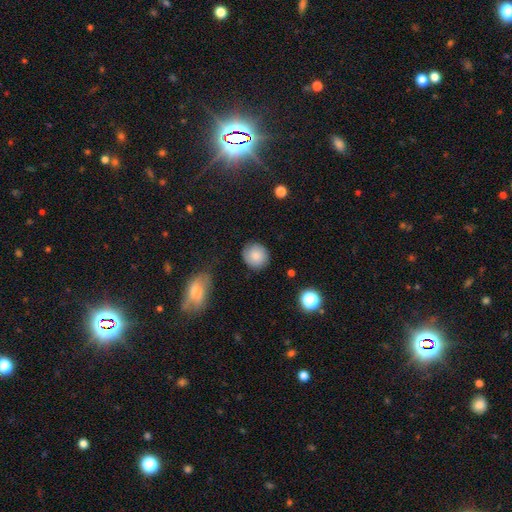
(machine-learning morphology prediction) A smooth galaxy with no disk features (78%) that is round (87%). Merging: none (82%).